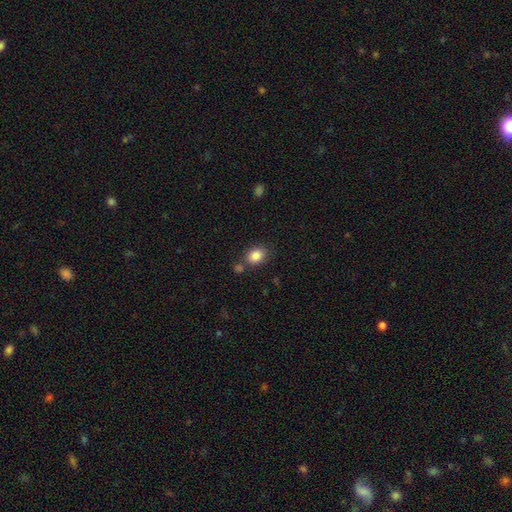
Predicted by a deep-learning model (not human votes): smooth 85%, star or artifact 9%, featured or disk 5%. Down the decision tree: how rounded — in between (55%); merging — none (73%).